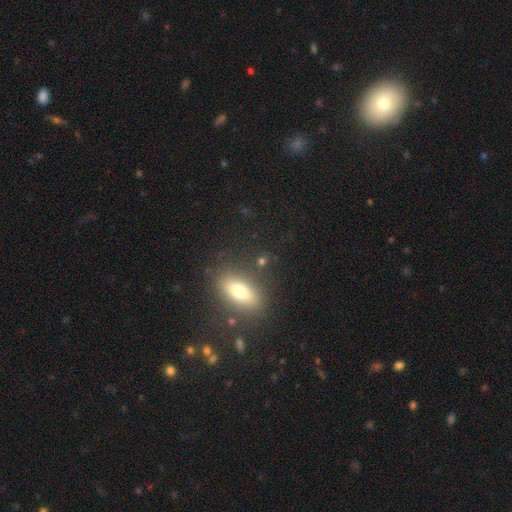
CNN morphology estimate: This appears to be a smooth galaxy with no disk features (59%) that is in between round and cigar-shaped (72%). Merging: none (82%).